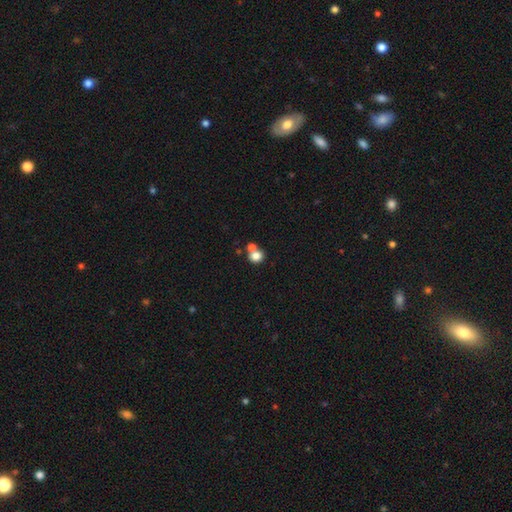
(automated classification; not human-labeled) Smooth or featured?
  - smooth: 80% *
  - star or artifact: 12%
  - featured or disk: 8%
How rounded?
  - round: 77% *
  - in between: 22%
  - cigar-shaped: 1%
Merging?
  - none: 50% *
  - merger: 38%
  - minor disturbance: 8%
  - major disturbance: 4%